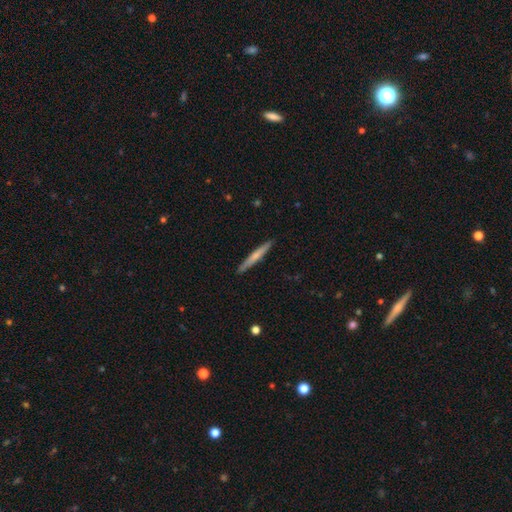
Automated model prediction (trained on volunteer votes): Smooth or featured?
  - smooth: 55% *
  - featured or disk: 39%
  - star or artifact: 5%
How rounded?
  - cigar-shaped: 96% *
  - in between: 3%
  - round: 1%
Merging?
  - none: 91% *
  - minor disturbance: 7%
  - major disturbance: 1%
  - merger: 1%